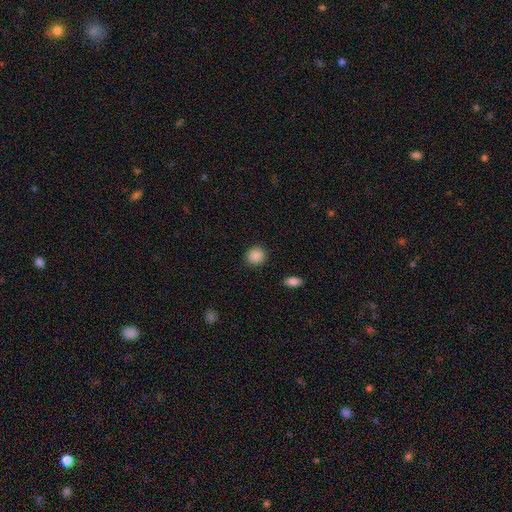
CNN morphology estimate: smooth 89%, star or artifact 9%, featured or disk 3%. Down the decision tree: how rounded — round (88%); merging — none (90%).